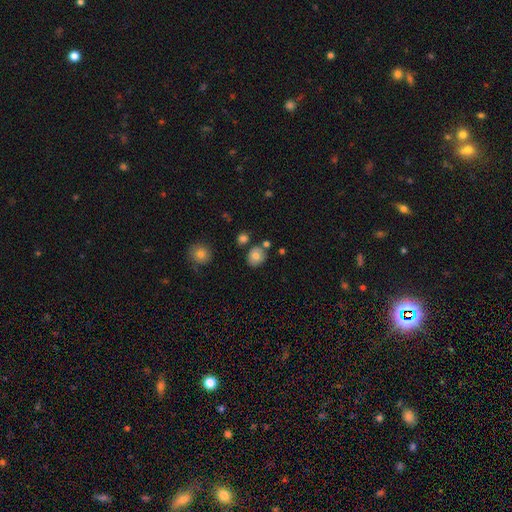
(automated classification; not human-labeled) This appears to be a smooth galaxy with no disk features (75%) that is round (72%). Merging: none (76%).